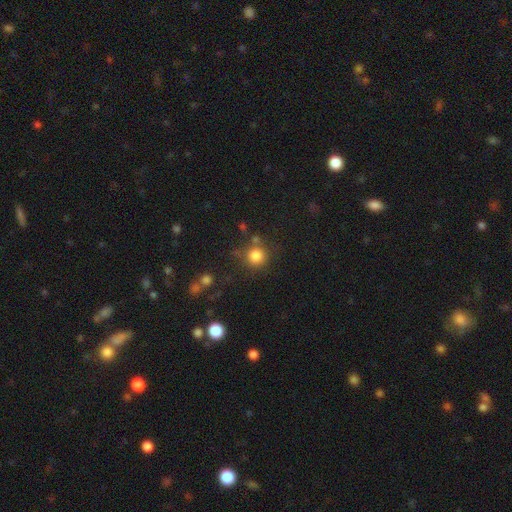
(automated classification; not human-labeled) Q: Smooth or featured?
A: smooth (83%); runner-up: star or artifact (12%)
Q: How rounded?
A: round (93%); runner-up: in between (6%)
Q: Merging?
A: none (76%); runner-up: minor disturbance (11%)